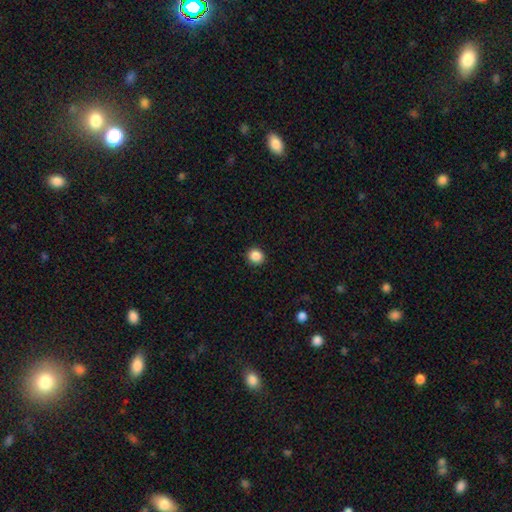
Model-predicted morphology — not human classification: Q: Smooth or featured?
A: smooth (87%); runner-up: star or artifact (10%)
Q: How rounded?
A: round (89%); runner-up: in between (10%)
Q: Merging?
A: none (92%); runner-up: minor disturbance (5%)